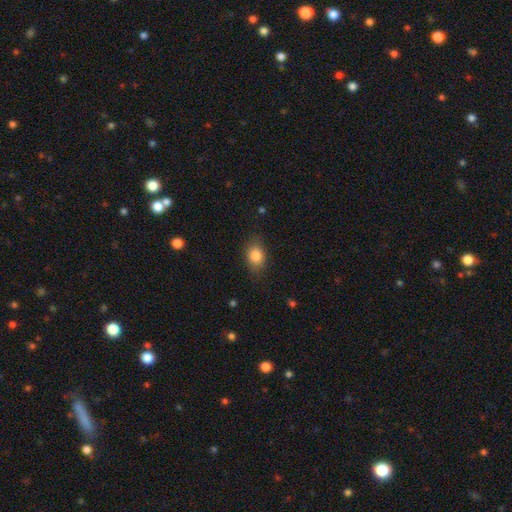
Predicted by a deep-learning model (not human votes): This is clearly a smooth galaxy (84%). How rounded: likely in between (70%). Merging: likely none (78%).